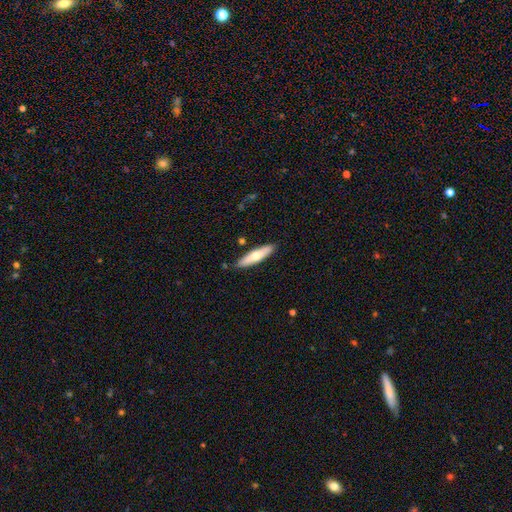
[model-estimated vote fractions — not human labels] This appears to be a smooth galaxy with no disk features (61%) that is cigar-shaped (73%). Merging: none (86%).